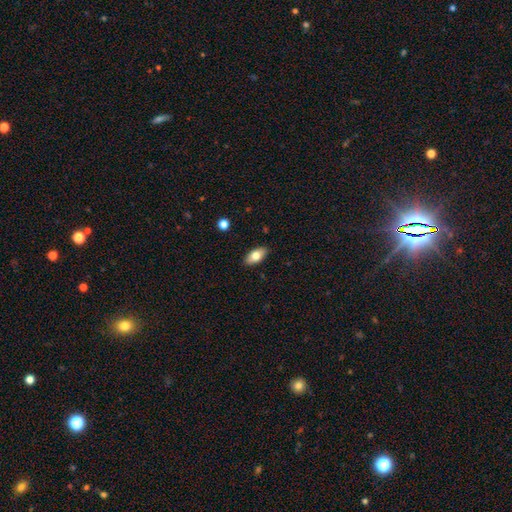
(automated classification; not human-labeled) A smooth galaxy with no disk features (75%) that is in between round and cigar-shaped (90%).

Vote fractions:
- Smooth or featured? smooth: 75% / featured or disk: 18% / star or artifact: 7%
- How rounded? in between: 90% / cigar-shaped: 7% / round: 3%
- Merging? none: 88% / minor disturbance: 9% / major disturbance: 2% / merger: 1%